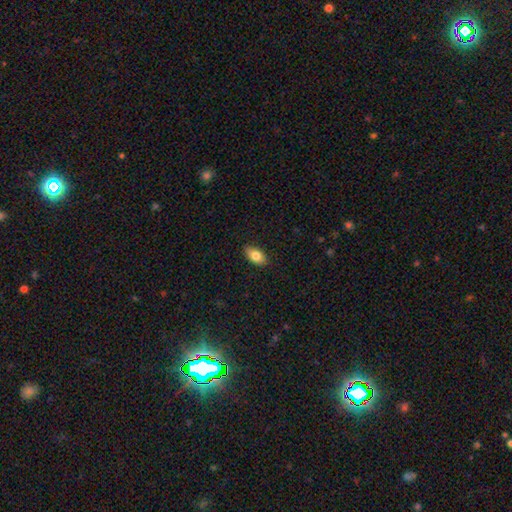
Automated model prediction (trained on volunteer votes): Q: Smooth or featured?
A: smooth (81%); runner-up: featured or disk (12%)
Q: How rounded?
A: in between (91%); runner-up: round (6%)
Q: Merging?
A: none (85%); runner-up: minor disturbance (12%)